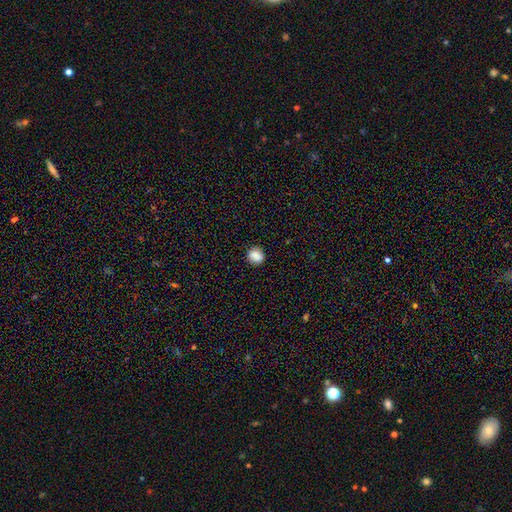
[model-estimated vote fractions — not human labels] A smooth galaxy with no disk features (85%) that is round (79%). Merging: none (86%).